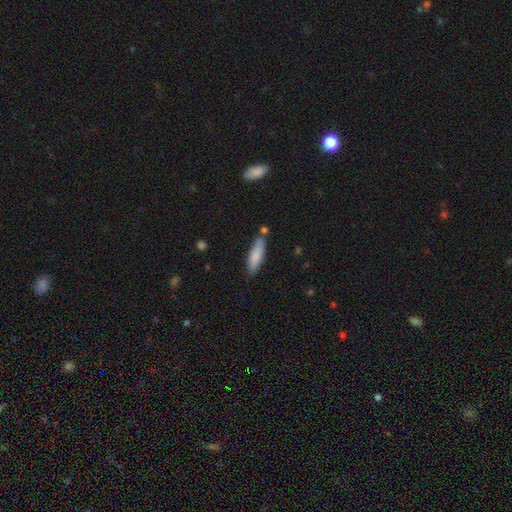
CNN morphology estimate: Smooth or featured?
  - smooth: 82% *
  - featured or disk: 12%
  - star or artifact: 6%
How rounded?
  - cigar-shaped: 57% *
  - in between: 41%
  - round: 2%
Merging?
  - none: 74% *
  - minor disturbance: 16%
  - merger: 7%
  - major disturbance: 3%